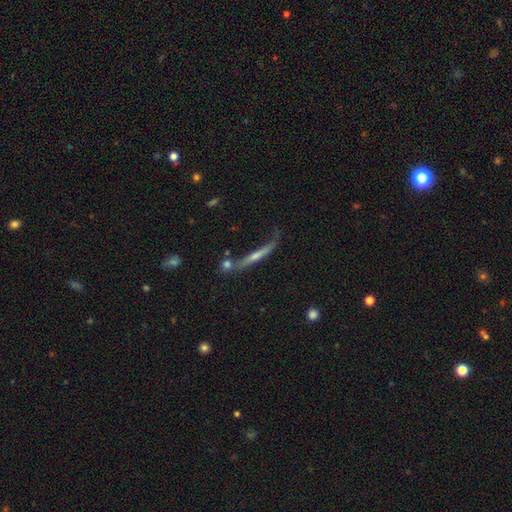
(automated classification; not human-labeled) Smooth or featured?
  - featured or disk: 59% *
  - smooth: 25%
  - star or artifact: 16%
Edge-on disk?
  - yes: 80% *
  - no: 20%
Merging?
  - none: 48% *
  - minor disturbance: 19%
  - merger: 19%
  - major disturbance: 14%